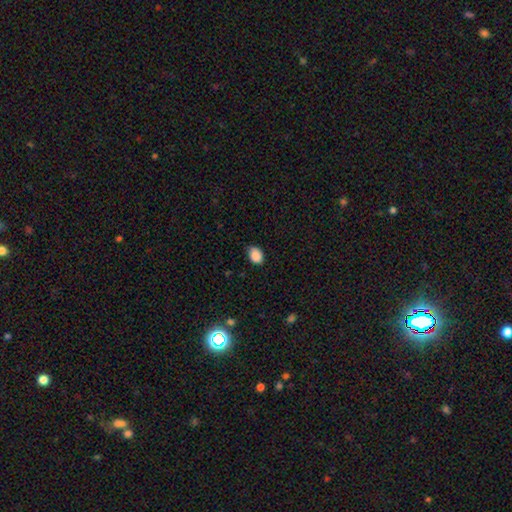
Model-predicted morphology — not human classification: Smooth or featured: smooth — 88% (star or artifact — 9%)
How rounded: in between — 71% (round — 28%)
Merging: none — 72% (minor disturbance — 23%)